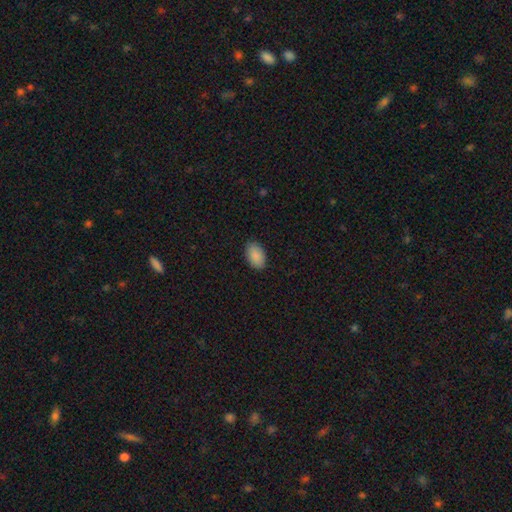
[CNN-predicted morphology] A smooth galaxy with no disk features (90%) that is in between round and cigar-shaped (93%).

Vote fractions:
- Smooth or featured? smooth: 90% / star or artifact: 6% / featured or disk: 3%
- How rounded? in between: 93% / round: 6% / cigar-shaped: 1%
- Merging? none: 89% / minor disturbance: 9% / major disturbance: 2% / merger: 1%